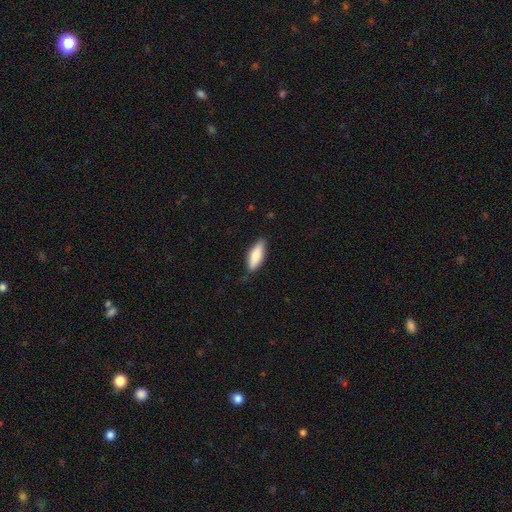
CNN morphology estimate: smooth-or-featured: smooth: 79% | featured or disk: 16% | star or artifact: 6%
  how-rounded: in between: 59% | cigar-shaped: 39% | round: 2%
  merging: none: 83% | minor disturbance: 14% | major disturbance: 2% | merger: 1%